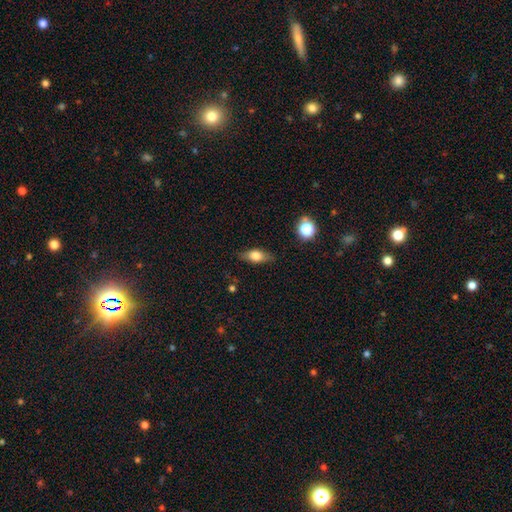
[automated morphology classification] type=smooth (66%); roundness=in between (74%); merging=none (82%).